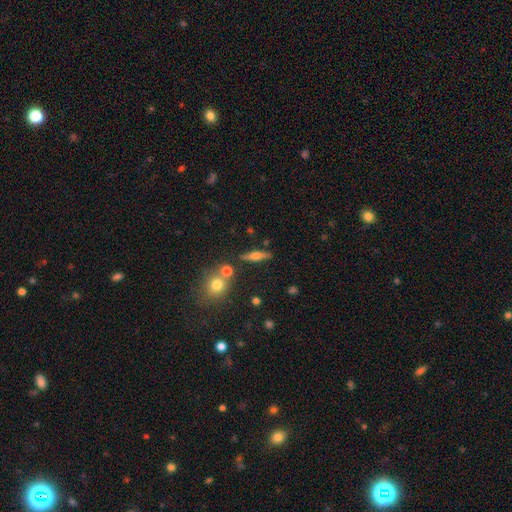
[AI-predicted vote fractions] A featured or disk galaxy (55%) viewed edge-on (93%) with a rounded central bulge (90%). Merging: none (81%).